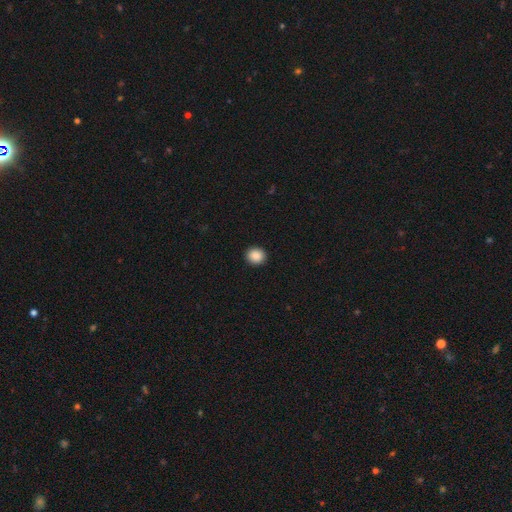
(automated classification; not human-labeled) Smooth or featured? smooth (89%)
How rounded? round (82%)
Merging? none (92%)